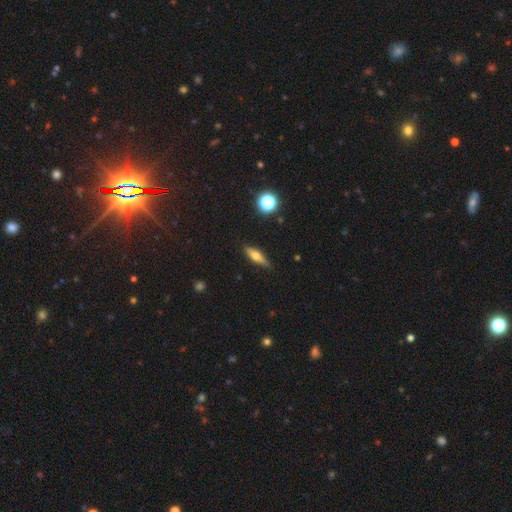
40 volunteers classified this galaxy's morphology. Volunteers were most divided on "how rounded": in between: 62%, cigar-shaped: 38%, round: 0%. More confident: merging — none (81%); smooth or featured — smooth (60%).